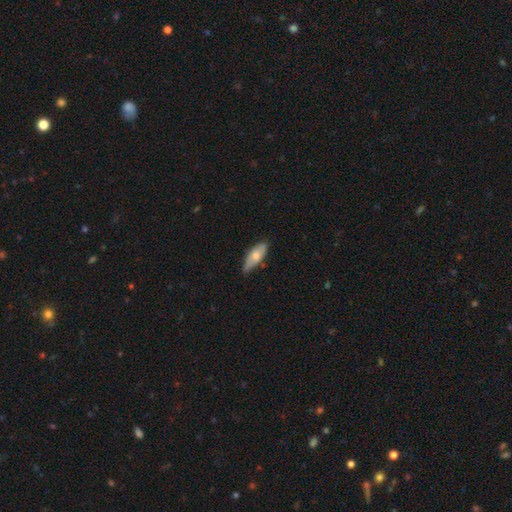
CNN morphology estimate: Smooth or featured: smooth — 69% (featured or disk — 25%)
How rounded: in between — 68% (cigar-shaped — 30%)
Merging: none — 63% (minor disturbance — 31%)